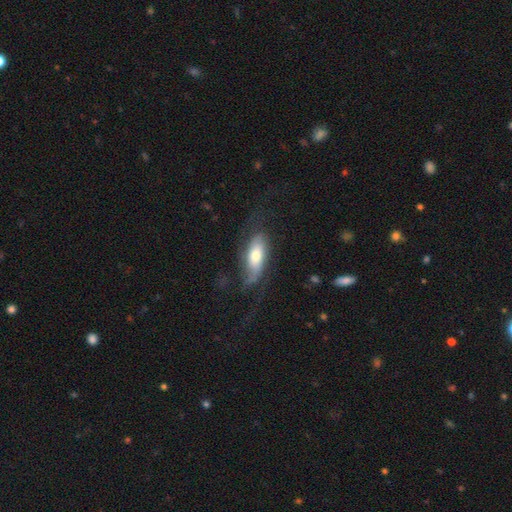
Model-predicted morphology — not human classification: Smooth or featured?
  - smooth: 48% *
  - featured or disk: 45%
  - star or artifact: 6%
Merging?
  - none: 52% *
  - major disturbance: 23%
  - minor disturbance: 23%
  - merger: 2%